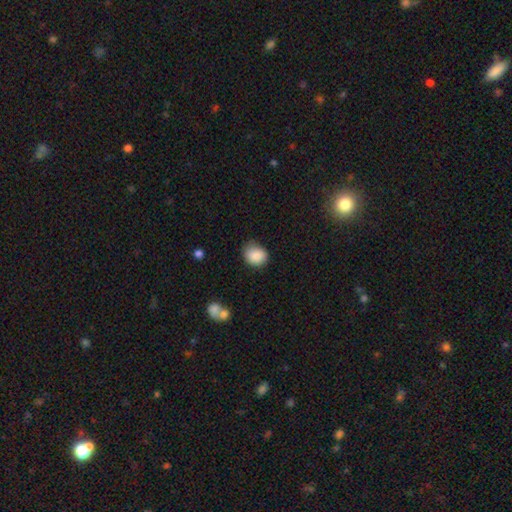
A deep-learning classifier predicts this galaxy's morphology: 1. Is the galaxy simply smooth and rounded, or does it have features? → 87% smooth, 8% star or artifact, 4% featured or disk.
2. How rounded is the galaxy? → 59% round, 40% in between, 1% cigar-shaped.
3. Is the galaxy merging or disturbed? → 67% none, 25% minor disturbance, 5% major disturbance, 2% merger.